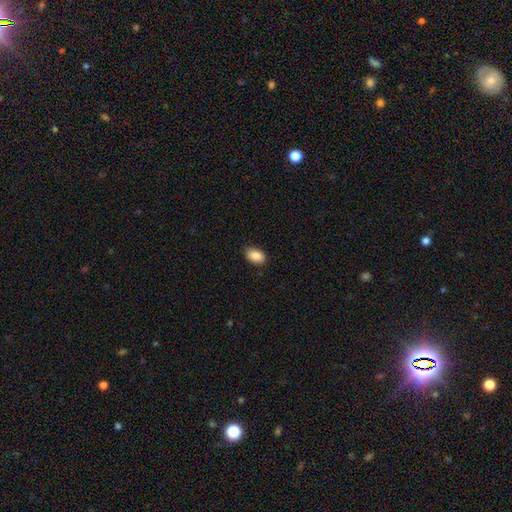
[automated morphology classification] Smooth or featured: smooth — 88% (star or artifact — 8%)
How rounded: in between — 88% (round — 11%)
Merging: none — 84% (minor disturbance — 13%)